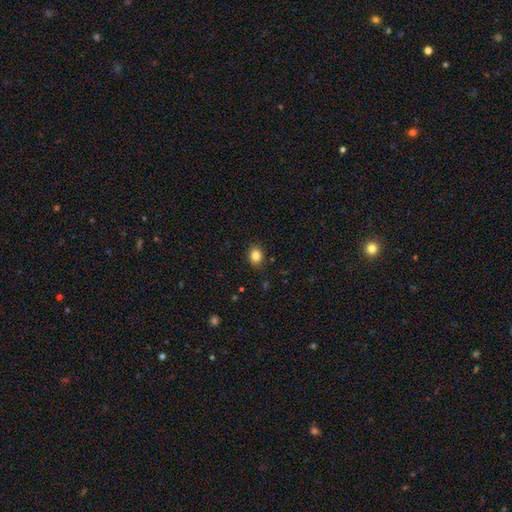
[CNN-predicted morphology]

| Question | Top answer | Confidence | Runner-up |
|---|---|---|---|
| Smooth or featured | smooth | 84% | star or artifact (10%) |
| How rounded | round | 54% | in between (45%) |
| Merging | none | 88% | minor disturbance (8%) |